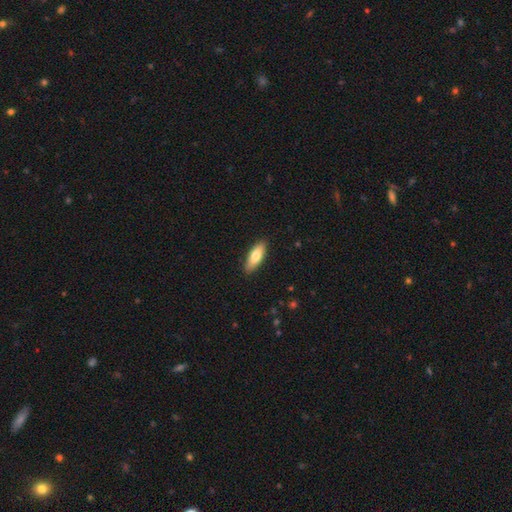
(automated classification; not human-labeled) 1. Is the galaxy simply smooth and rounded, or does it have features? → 76% smooth, 18% featured or disk, 6% star or artifact.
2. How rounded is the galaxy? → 64% in between, 34% cigar-shaped, 2% round.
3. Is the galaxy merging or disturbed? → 88% none, 9% minor disturbance, 2% major disturbance, 1% merger.